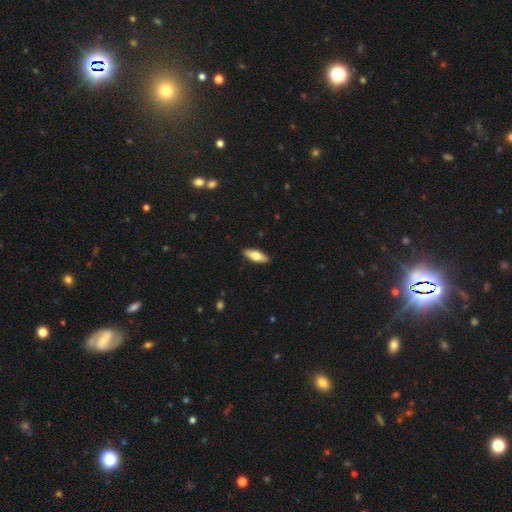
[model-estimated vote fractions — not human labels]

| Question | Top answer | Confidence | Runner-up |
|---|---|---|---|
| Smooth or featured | smooth | 68% | featured or disk (26%) |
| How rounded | in between | 69% | cigar-shaped (28%) |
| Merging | none | 89% | minor disturbance (8%) |